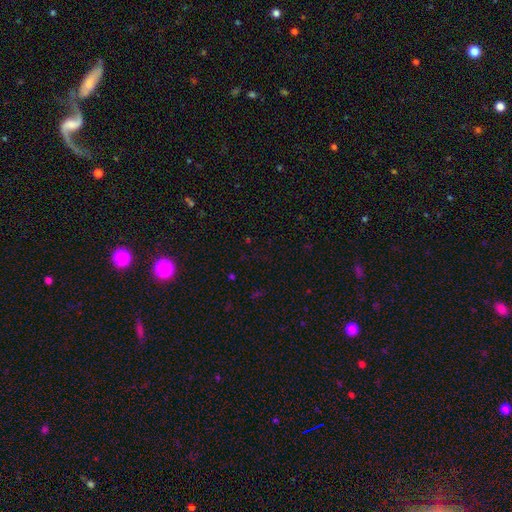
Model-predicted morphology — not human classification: This is likely a star or artifact rather than a galaxy (65%).